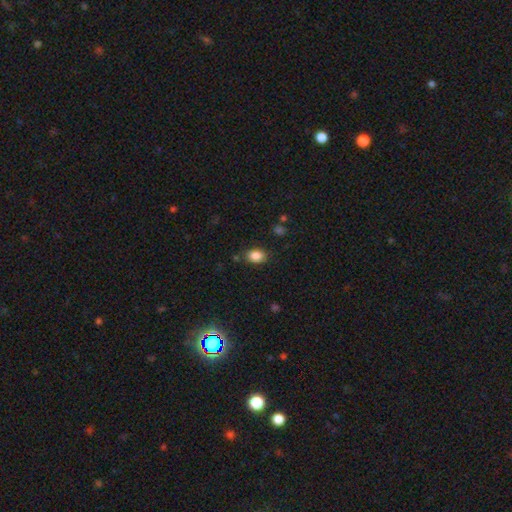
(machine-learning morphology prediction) A smooth galaxy with no disk features (86%) that is in between round and cigar-shaped (73%).

Vote fractions:
- Smooth or featured? smooth: 86% / star or artifact: 9% / featured or disk: 5%
- How rounded? in between: 73% / round: 26% / cigar-shaped: 1%
- Merging? none: 83% / minor disturbance: 12% / major disturbance: 3% / merger: 2%